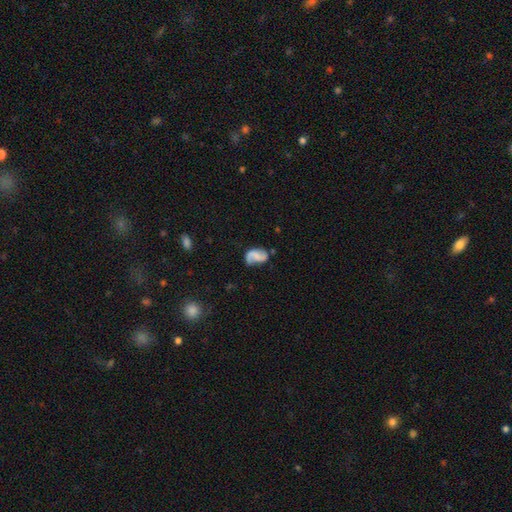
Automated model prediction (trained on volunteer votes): Smooth or featured? Predicted: featured or disk (p=0.65). Edge-on disk? Predicted: no (p=0.98). Bar? Predicted: no (p=0.53). Spiral arms? Predicted: yes (p=0.91). Spiral winding? Predicted: loose (p=0.50). Spiral arm count? Predicted: 2 (p=0.78). Bulge size? Predicted: none (p=0.52). Merging? Predicted: none (p=0.59).